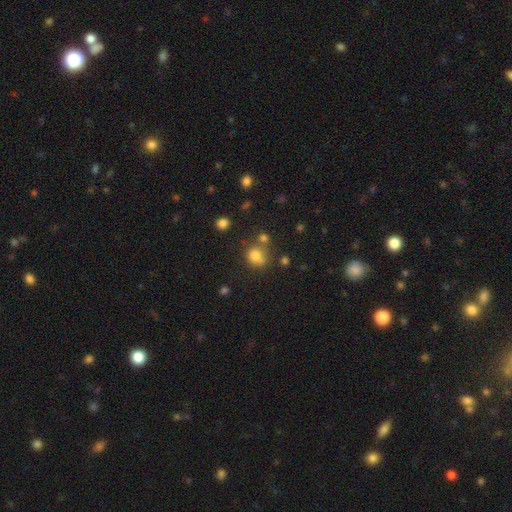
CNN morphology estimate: A smooth galaxy with no disk features (77%) that is round (78%).

Vote fractions:
- Smooth or featured? smooth: 77% / star or artifact: 14% / featured or disk: 9%
- How rounded? round: 78% / in between: 21% / cigar-shaped: 1%
- Merging? none: 51% / merger: 24% / minor disturbance: 16% / major disturbance: 8%